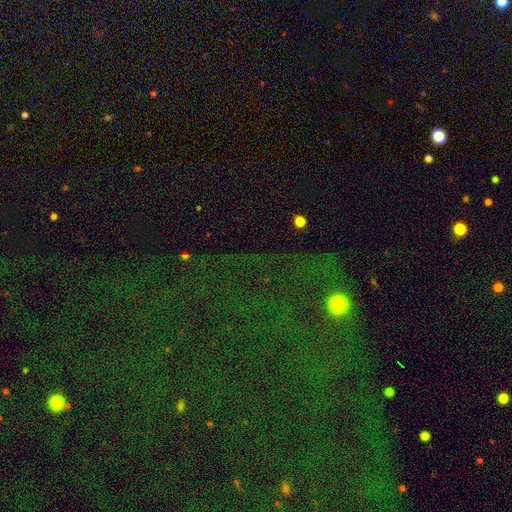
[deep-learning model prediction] Smooth or featured? Predicted: star or artifact (p=0.81).